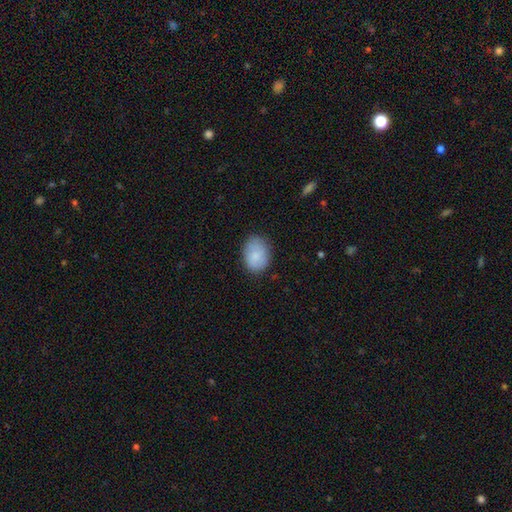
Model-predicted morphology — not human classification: smooth_or_featured: smooth (p=0.83) [alt: featured or disk p=0.10]
how_rounded: in between (p=0.72) [alt: round p=0.27]
merging: none (p=0.79) [alt: minor disturbance p=0.16]